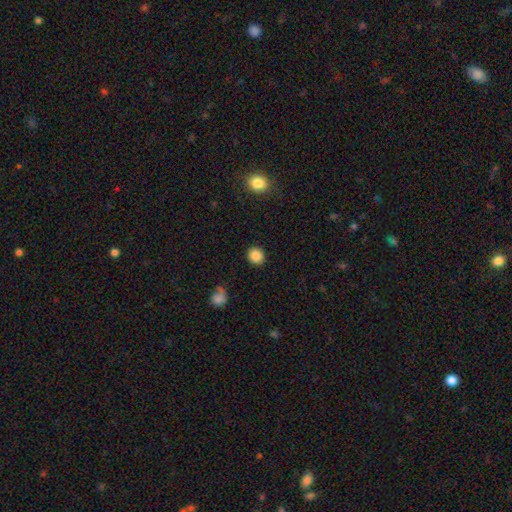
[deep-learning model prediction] Morphology: type=smooth (87%); roundness=round (80%); merging=none (90%).